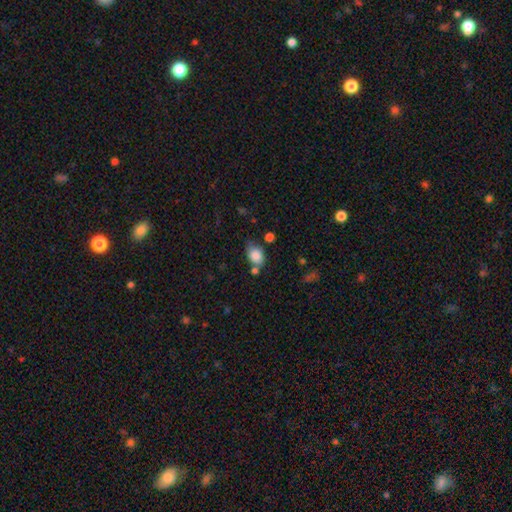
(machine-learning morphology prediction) smooth_or_featured: smooth (p=0.85) [alt: star or artifact p=0.09]
how_rounded: in between (p=0.67) [alt: round p=0.32]
merging: none (p=0.52) [alt: minor disturbance p=0.25]